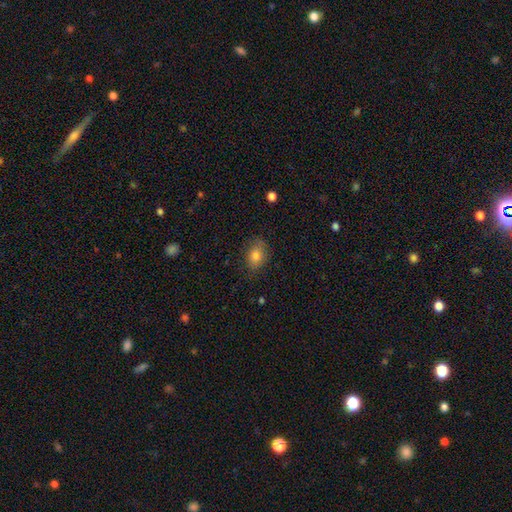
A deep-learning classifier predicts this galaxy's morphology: This appears to be a smooth galaxy with no disk features (80%) that is in between round and cigar-shaped (71%). Merging: none (78%).